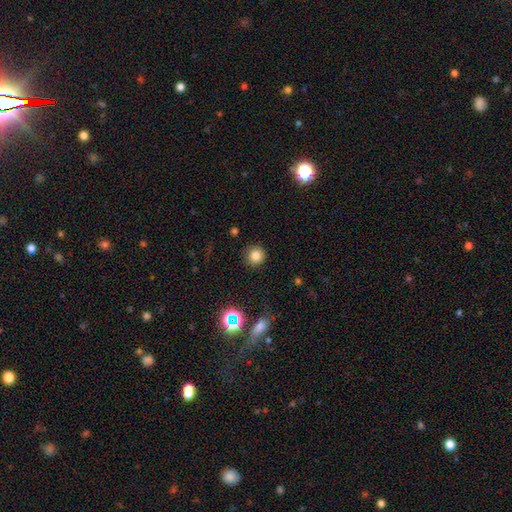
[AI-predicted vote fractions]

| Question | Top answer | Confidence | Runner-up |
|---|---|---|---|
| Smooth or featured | smooth | 79% | star or artifact (15%) |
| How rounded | round | 94% | in between (5%) |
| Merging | none | 90% | minor disturbance (6%) |